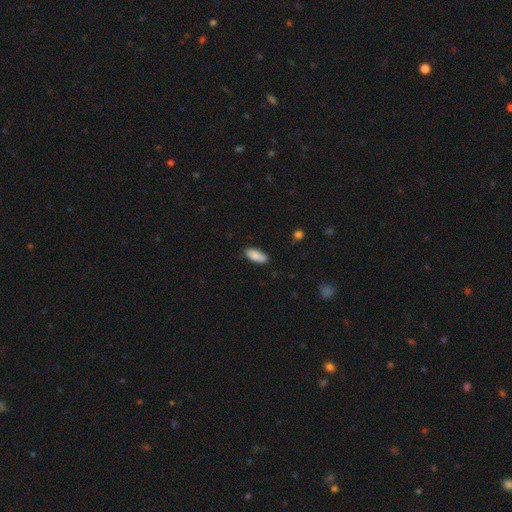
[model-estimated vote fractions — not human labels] This is clearly a smooth galaxy (87%). How rounded: clearly in between (80%). Merging: likely none (78%).